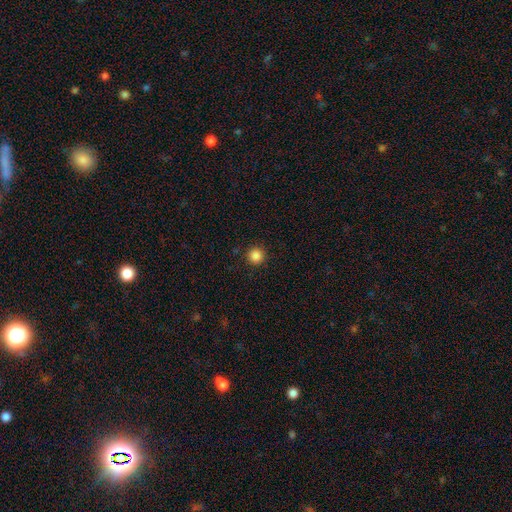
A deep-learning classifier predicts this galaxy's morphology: Smooth or featured? Predicted: smooth (p=0.86). How rounded? Predicted: round (p=0.96). Merging? Predicted: none (p=0.92).